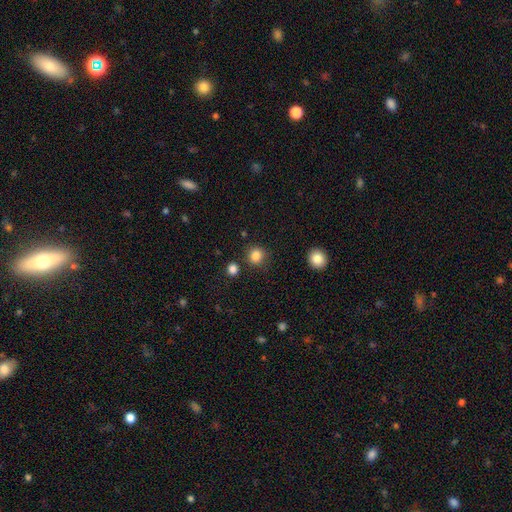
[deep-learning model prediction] A smooth galaxy with no disk features (84%) that is round (88%). Merging: none (85%).